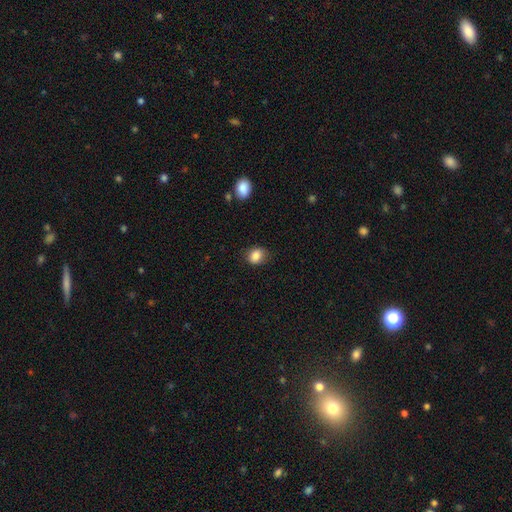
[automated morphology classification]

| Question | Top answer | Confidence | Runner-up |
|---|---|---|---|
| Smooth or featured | smooth | 85% | star or artifact (9%) |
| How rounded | round | 52% | in between (47%) |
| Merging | none | 78% | minor disturbance (17%) |